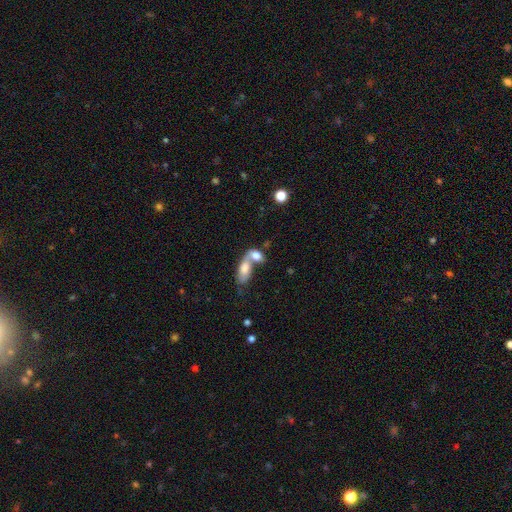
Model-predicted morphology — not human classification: Smooth or featured? Predicted: smooth (p=0.73). How rounded? Predicted: in between (p=0.81). Merging? Predicted: merger (p=0.75).